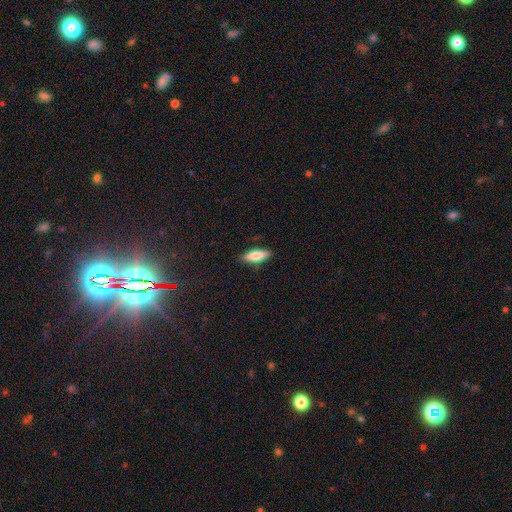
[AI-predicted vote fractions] Overall: smooth (76%). How rounded: in between (60%; cigar-shaped 38%). Merging: none (87%).